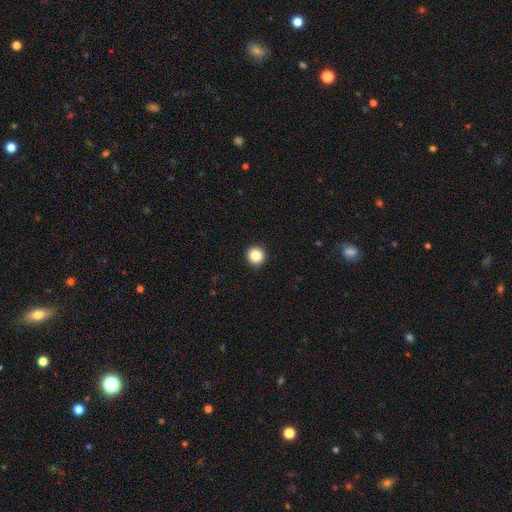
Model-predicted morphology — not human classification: smooth-or-featured: smooth: 86% | star or artifact: 10% | featured or disk: 5%
  how-rounded: round: 95% | in between: 4% | cigar-shaped: 1%
  merging: none: 93% | minor disturbance: 4% | major disturbance: 1% | merger: 1%